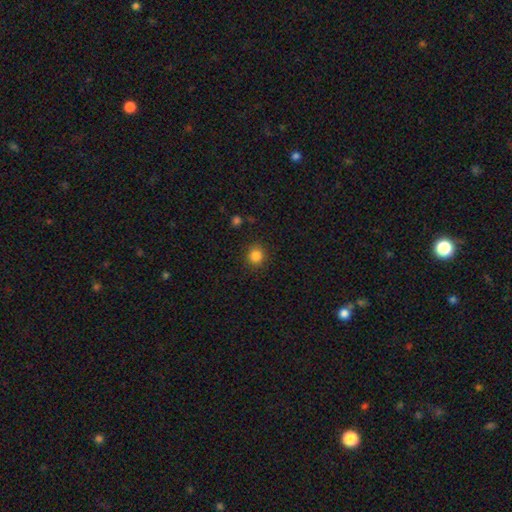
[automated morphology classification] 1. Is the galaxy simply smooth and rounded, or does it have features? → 85% smooth, 12% star or artifact, 4% featured or disk.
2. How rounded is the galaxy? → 89% round, 10% in between, 1% cigar-shaped.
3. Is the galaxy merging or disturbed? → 89% none, 7% minor disturbance, 3% major disturbance, 2% merger.